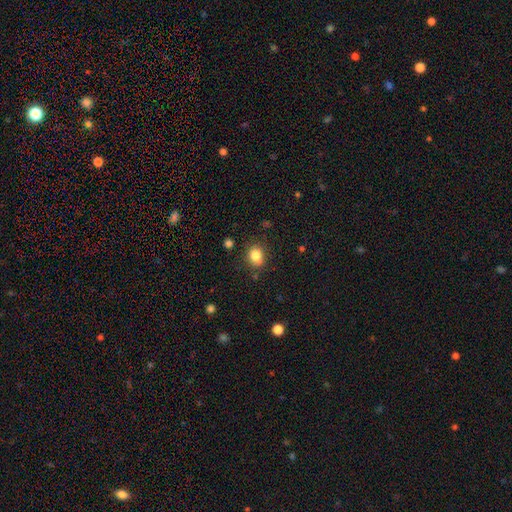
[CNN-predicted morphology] A smooth galaxy with no disk features (83%) that is round (53%). Merging: none (82%).